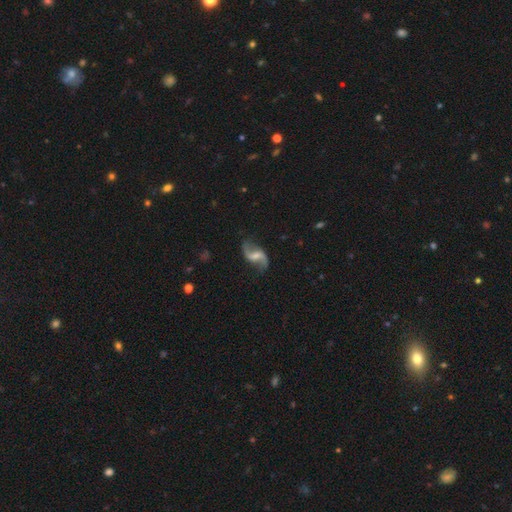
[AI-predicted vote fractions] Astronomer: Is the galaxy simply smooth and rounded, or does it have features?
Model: featured or disk — 87%.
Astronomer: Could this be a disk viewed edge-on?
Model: no — 97%.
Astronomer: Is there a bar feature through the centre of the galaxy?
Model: weak — 52%.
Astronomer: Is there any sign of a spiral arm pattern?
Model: yes — 96%.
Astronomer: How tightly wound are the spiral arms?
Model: loose — 82%.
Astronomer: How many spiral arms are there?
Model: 2 — 94%.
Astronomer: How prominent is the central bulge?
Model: small — 38% (runner-up: moderate, 29%).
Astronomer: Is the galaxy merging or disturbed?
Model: none — 80%.